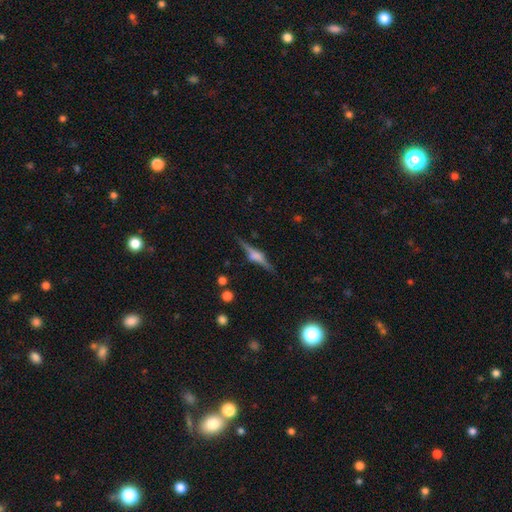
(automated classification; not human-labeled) smooth-or-featured: featured or disk: 80% | smooth: 13% | star or artifact: 7%
  disk-edge-on: yes: 97% | no: 3%
    edge-on-bulge: rounded: 78% | boxy: 18% | none: 3%
  merging: none: 86% | minor disturbance: 10% | major disturbance: 3% | merger: 2%